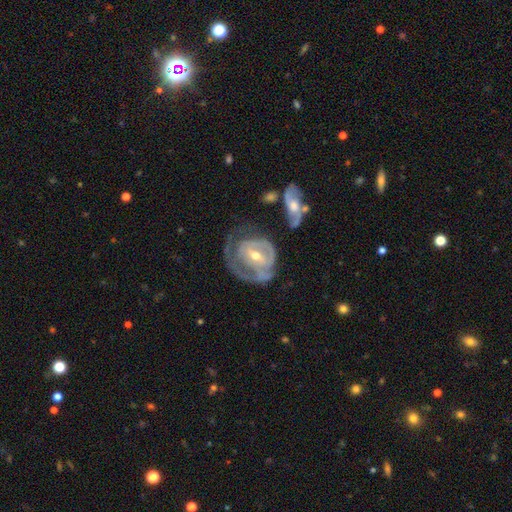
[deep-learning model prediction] Smooth or featured? featured or disk (81%)
Edge-on disk? no (96%)
Bar? weak (46%)
Spiral arms? yes (78%)
Spiral winding? tight (59%)
Spiral arm count? can't tell (35%)
Bulge size? moderate (56%)
Merging? none (35%)